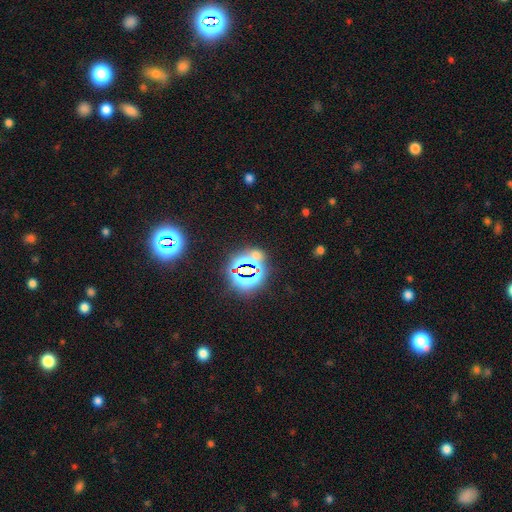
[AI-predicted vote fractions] The model was most divided on "smooth or featured": star or artifact: 69%, smooth: 22%, featured or disk: 9%.